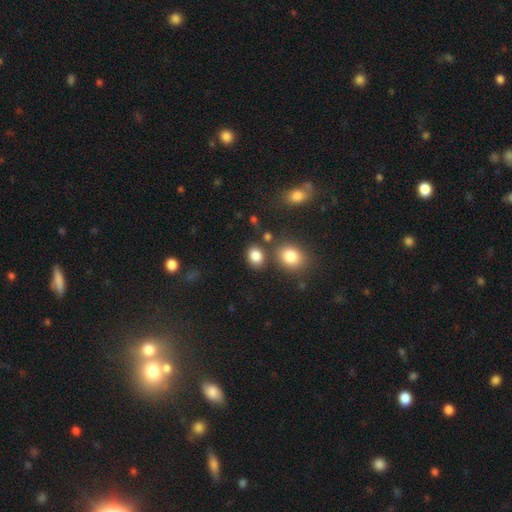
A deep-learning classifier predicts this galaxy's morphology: A smooth galaxy with no disk features (84%) that is in between round and cigar-shaped (59%). Merging: none (74%).